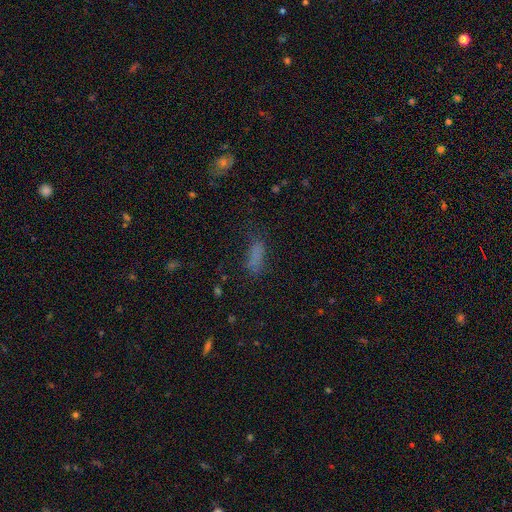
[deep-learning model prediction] Morphology: type=smooth (74%); roundness=in between (66%); merging=none (59%).